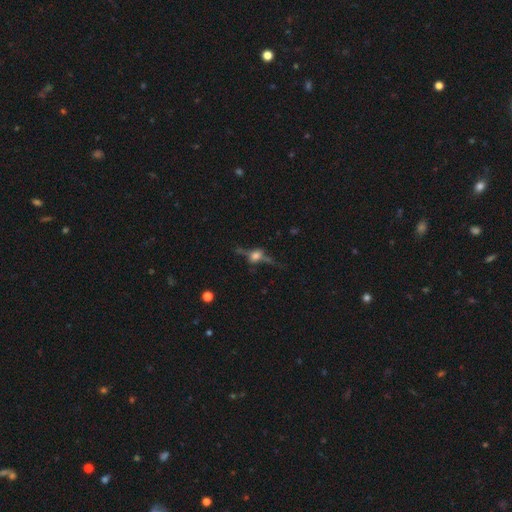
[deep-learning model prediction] Smooth or featured: featured or disk — 65% (smooth — 20%)
Edge-on disk: yes — 86% (no — 14%)
Edge-on bulge: rounded — 92% (boxy — 7%)
Merging: none — 64% (minor disturbance — 17%)